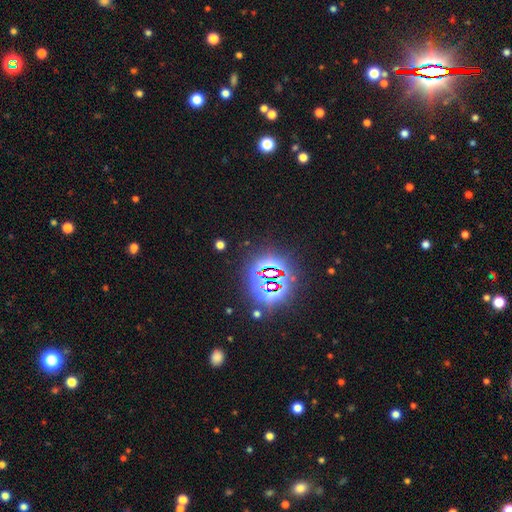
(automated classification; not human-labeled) smooth-or-featured: star or artifact: 83% | smooth: 9% | featured or disk: 8%